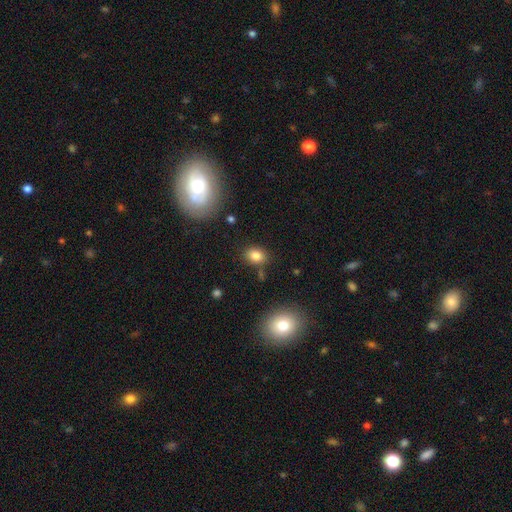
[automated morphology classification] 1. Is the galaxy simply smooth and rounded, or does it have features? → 81% smooth, 11% star or artifact, 7% featured or disk.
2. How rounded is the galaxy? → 63% in between, 35% round, 1% cigar-shaped.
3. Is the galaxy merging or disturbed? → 82% none, 11% minor disturbance, 4% merger, 3% major disturbance.